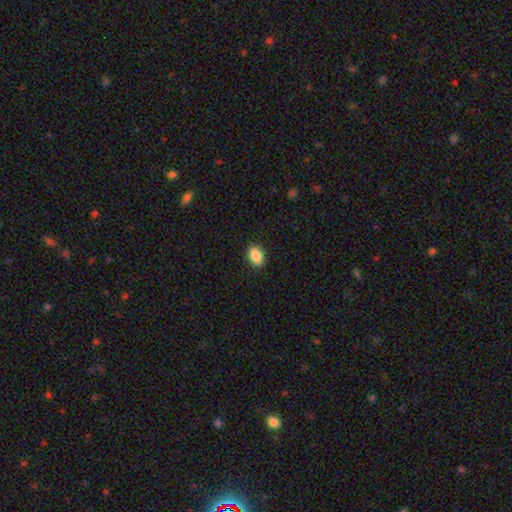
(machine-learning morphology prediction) smooth-or-featured: smooth: 88% | star or artifact: 8% | featured or disk: 4%
  how-rounded: in between: 78% | round: 21% | cigar-shaped: 1%
  merging: none: 89% | minor disturbance: 8% | major disturbance: 2% | merger: 1%